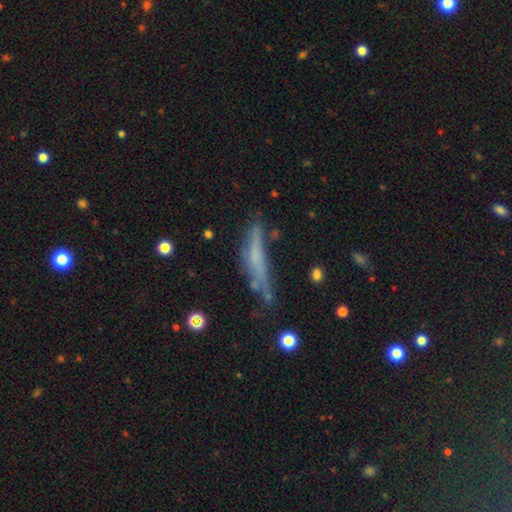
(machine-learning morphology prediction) The model was most divided on "smooth or featured": smooth: 53%, featured or disk: 38%, star or artifact: 10%. More confident: how rounded — cigar-shaped (86%); merging — none (53%).